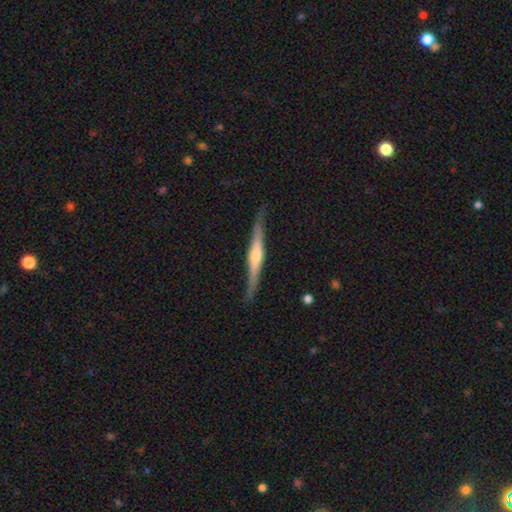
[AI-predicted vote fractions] featured or disk 75%, smooth 20%, star or artifact 5%. Down the decision tree: edge-on disk — yes (97%); edge-on bulge — rounded (80%); merging — none (84%).